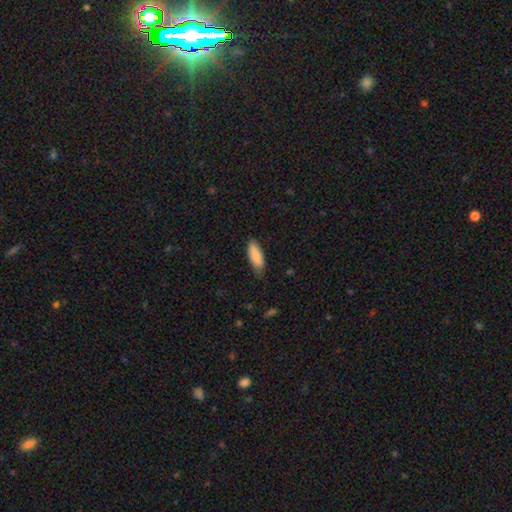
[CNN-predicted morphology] Overall: smooth (86%). How rounded: in between (68%; cigar-shaped 31%). Merging: none (78%).